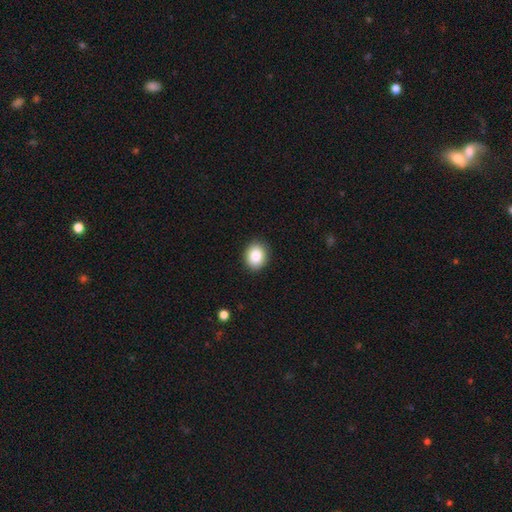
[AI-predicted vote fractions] Overall: smooth (86%). How rounded: round (53%; in between 46%). Merging: none (90%).